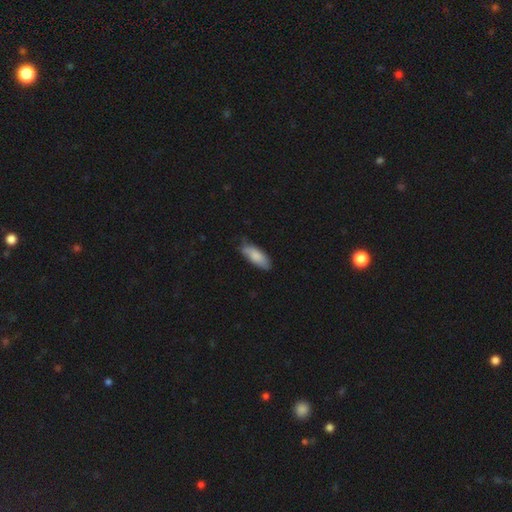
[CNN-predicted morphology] Smooth or featured? smooth (83%)
How rounded? in between (74%)
Merging? none (68%)